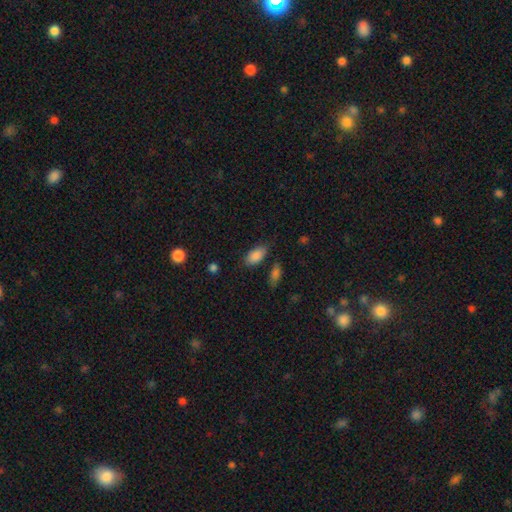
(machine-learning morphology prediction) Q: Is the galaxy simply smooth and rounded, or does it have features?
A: smooth — 86%.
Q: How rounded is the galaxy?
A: in between — 92%.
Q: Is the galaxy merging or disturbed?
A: none — 77%.